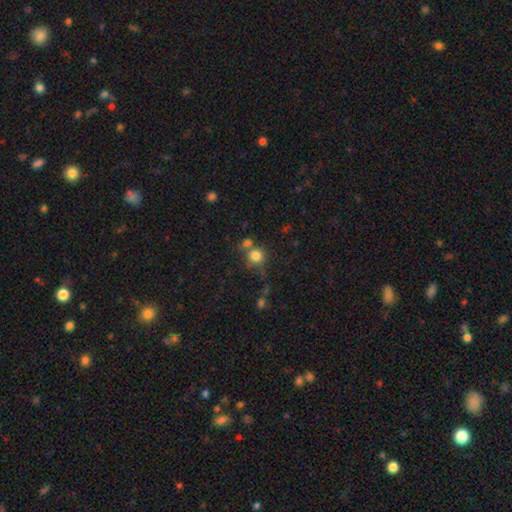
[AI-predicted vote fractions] smooth_or_featured: smooth (p=0.80) [alt: star or artifact p=0.11]
how_rounded: round (p=0.91) [alt: in between p=0.08]
merging: none (p=0.55) [alt: merger p=0.27]